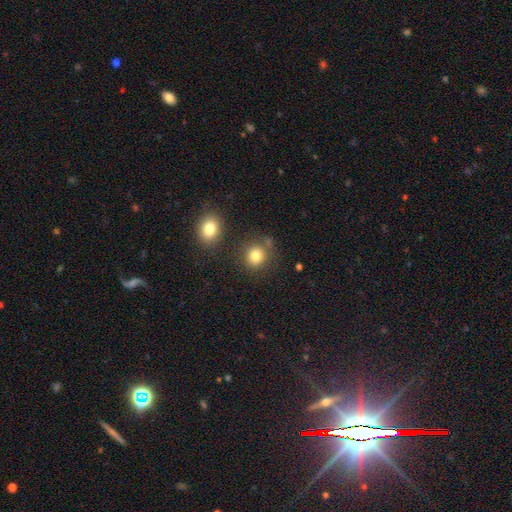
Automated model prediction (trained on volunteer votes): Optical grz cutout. It shows a smooth galaxy with no disk features (81%) that is round (82%). Merging: none (76%).